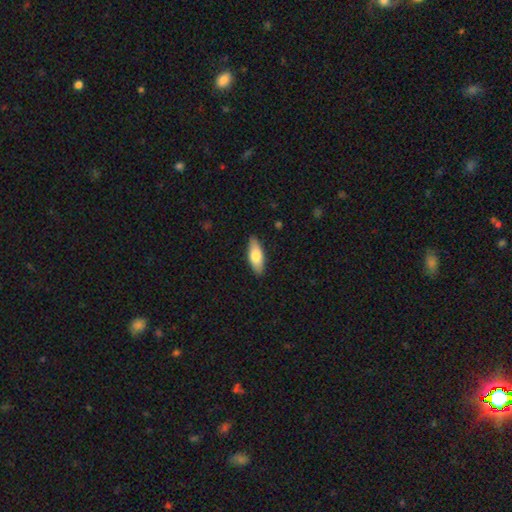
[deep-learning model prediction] smooth_or_featured: smooth (p=0.77) [alt: featured or disk p=0.18]
how_rounded: in between (p=0.74) [alt: cigar-shaped p=0.24]
merging: none (p=0.87) [alt: minor disturbance p=0.10]